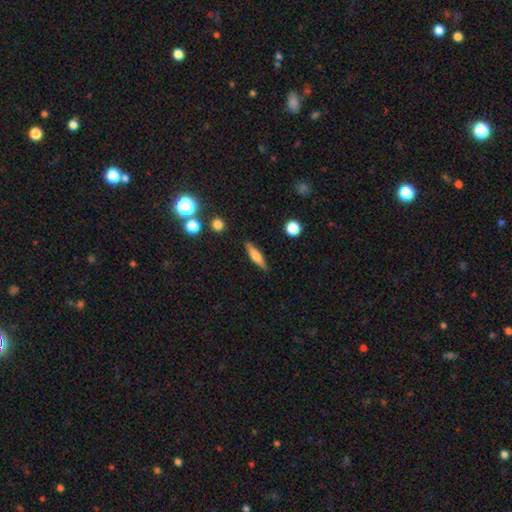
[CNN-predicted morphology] The model was most divided on "smooth or featured": smooth: 55%, featured or disk: 37%, star or artifact: 7%. More confident: merging — none (87%); how rounded — cigar-shaped (75%).